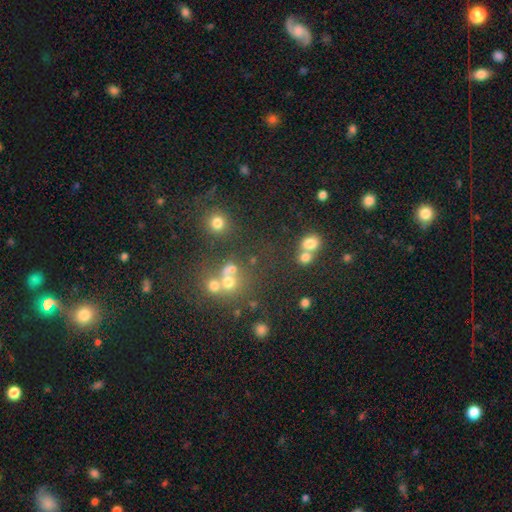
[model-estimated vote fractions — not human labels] Smooth or featured?
  - star or artifact: 48% *
  - smooth: 41%
  - featured or disk: 11%